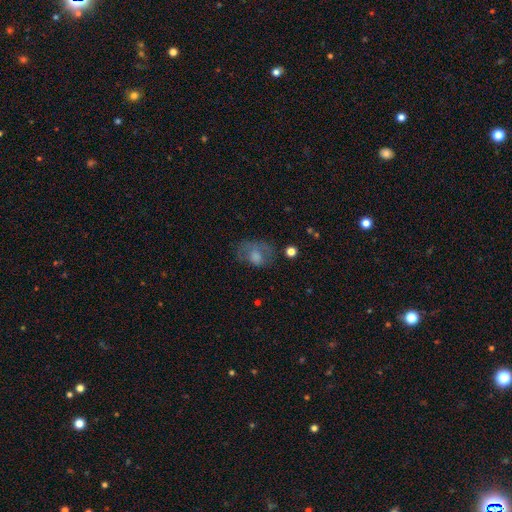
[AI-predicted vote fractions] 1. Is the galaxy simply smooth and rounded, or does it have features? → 48% smooth, 36% featured or disk, 16% star or artifact.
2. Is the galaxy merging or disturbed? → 51% none, 24% minor disturbance, 22% major disturbance, 3% merger.